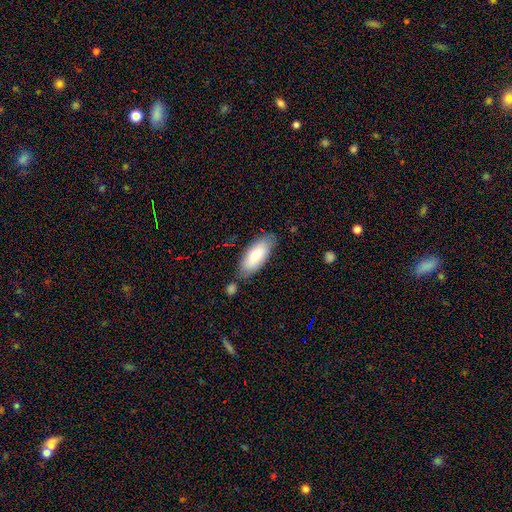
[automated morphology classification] smooth 78%, featured or disk 17%, star or artifact 6%. Down the decision tree: how rounded — in between (83%); merging — none (72%).